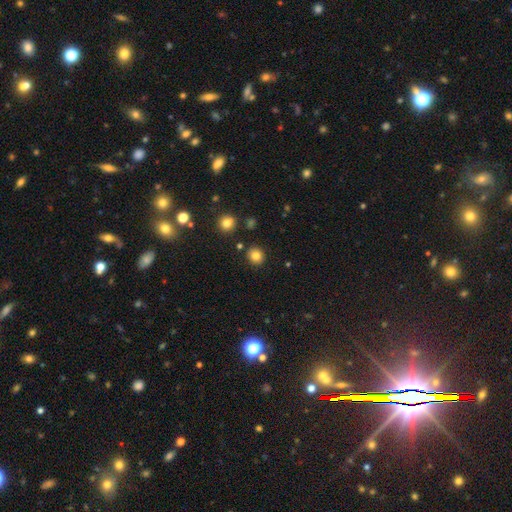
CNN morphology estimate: A smooth galaxy with no disk features (82%) that is round (85%). Merging: none (88%).